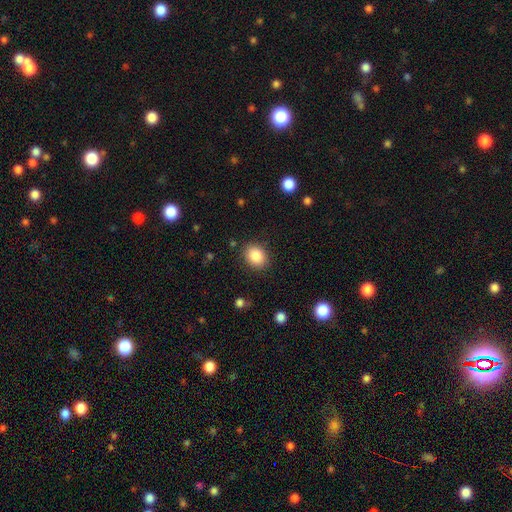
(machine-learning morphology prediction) This appears to be a smooth galaxy with no disk features (87%) that is round (51%). Merging: none (87%).